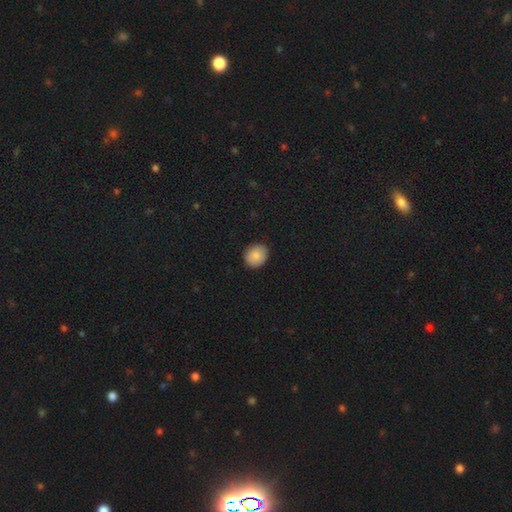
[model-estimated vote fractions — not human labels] smooth 87%, star or artifact 8%, featured or disk 5%. Down the decision tree: how rounded — round (72%); merging — none (88%).